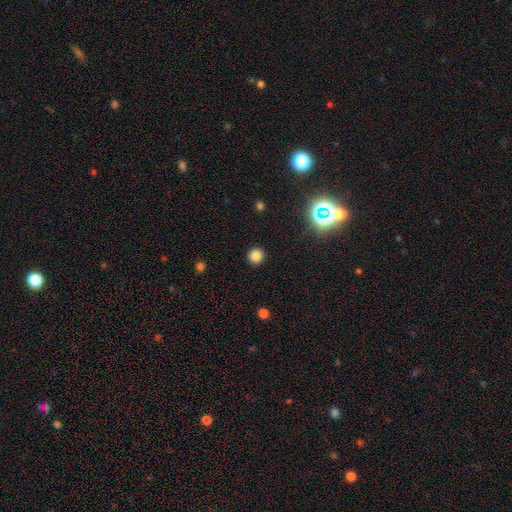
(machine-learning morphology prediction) This is clearly a smooth galaxy (82%). How rounded: clearly round (92%). Merging: clearly none (91%).